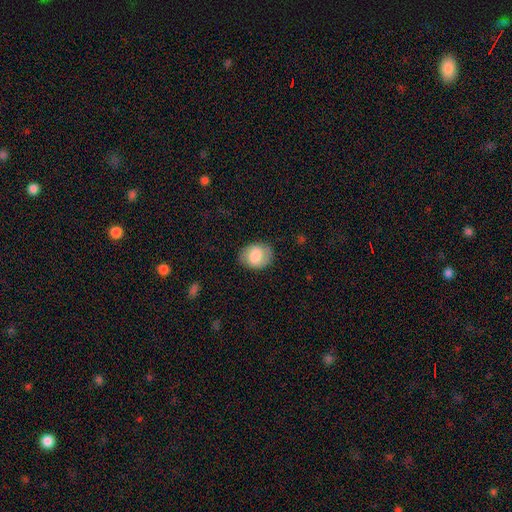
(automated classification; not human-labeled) This is likely a smooth galaxy (67%). How rounded: possibly in between (51%). Merging: clearly none (80%).